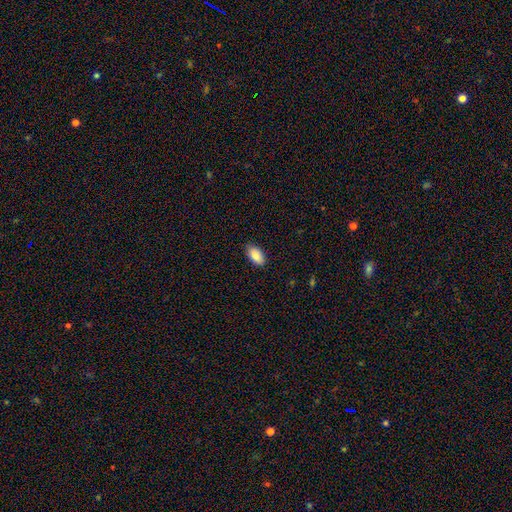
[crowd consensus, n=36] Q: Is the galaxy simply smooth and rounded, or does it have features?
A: smooth — 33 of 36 (92%).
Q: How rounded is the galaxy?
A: in between — 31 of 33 (94%).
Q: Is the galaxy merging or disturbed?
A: none — 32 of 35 (91%).